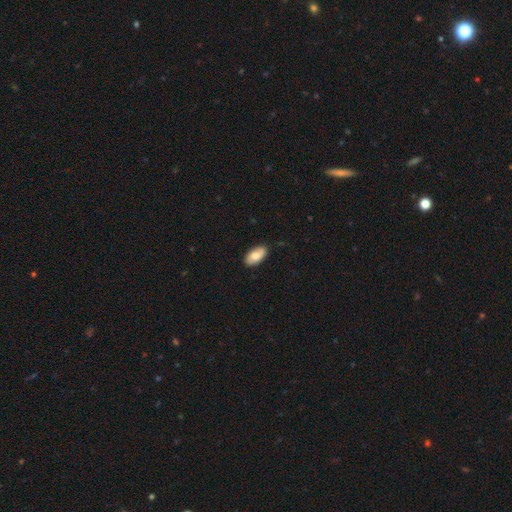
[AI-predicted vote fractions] This appears to be a smooth galaxy with no disk features (79%) that is in between round and cigar-shaped (94%). Merging: none (87%).